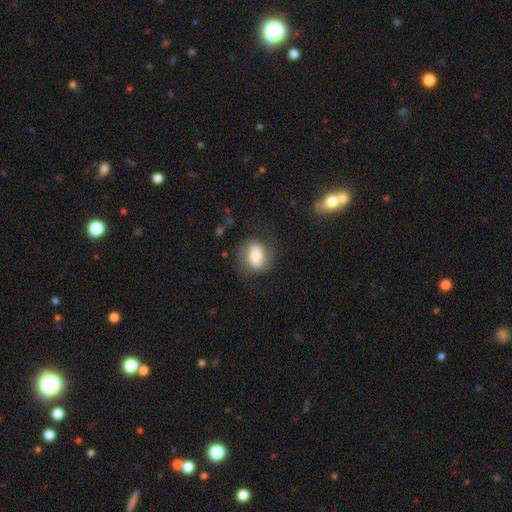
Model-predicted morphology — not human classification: Smooth or featured?
  - smooth: 67% *
  - featured or disk: 26%
  - star or artifact: 8%
How rounded?
  - in between: 70% *
  - round: 29%
  - cigar-shaped: 2%
Merging?
  - none: 67% *
  - minor disturbance: 19%
  - major disturbance: 12%
  - merger: 2%